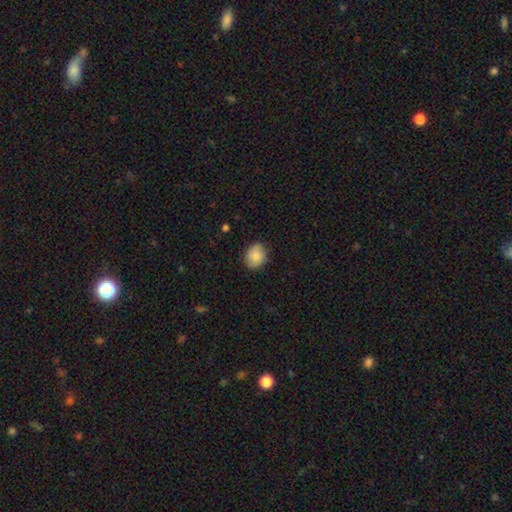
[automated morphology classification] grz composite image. It shows a smooth galaxy with no disk features (85%) that is round (55%). Merging: none (82%).